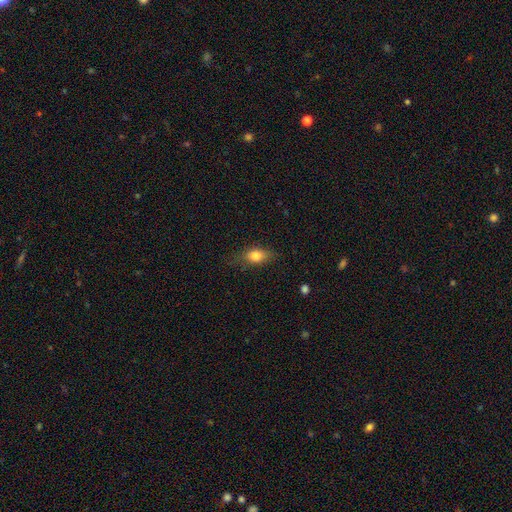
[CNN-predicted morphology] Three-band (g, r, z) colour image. It shows a smooth galaxy with no disk features (79%) that is in between round and cigar-shaped (77%). Merging: none (71%).